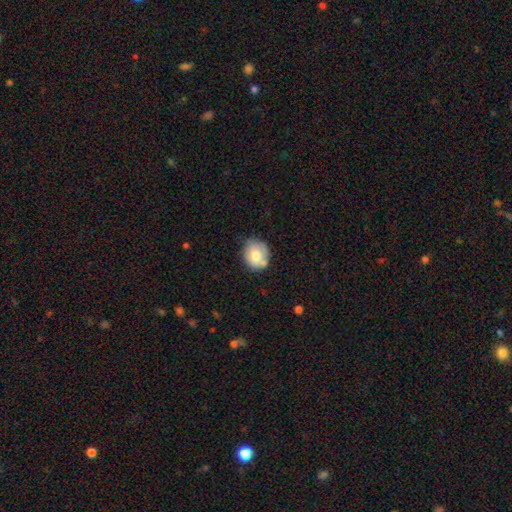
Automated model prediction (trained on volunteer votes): Q: Smooth or featured?
A: smooth (73%); runner-up: featured or disk (19%)
Q: How rounded?
A: round (67%); runner-up: in between (32%)
Q: Merging?
A: none (61%); runner-up: minor disturbance (24%)